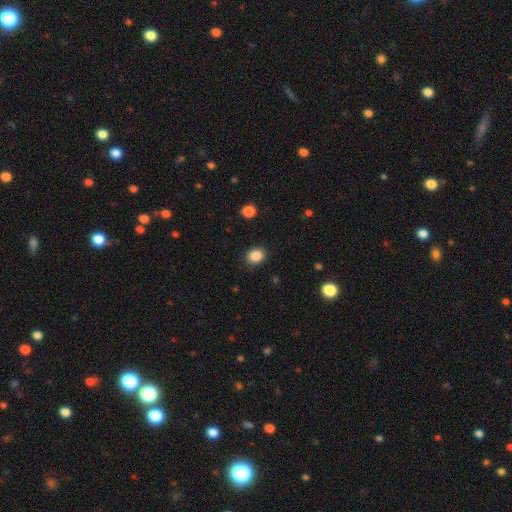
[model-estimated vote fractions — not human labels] Morphology: type=smooth (87%); roundness=round (57%); merging=none (88%).